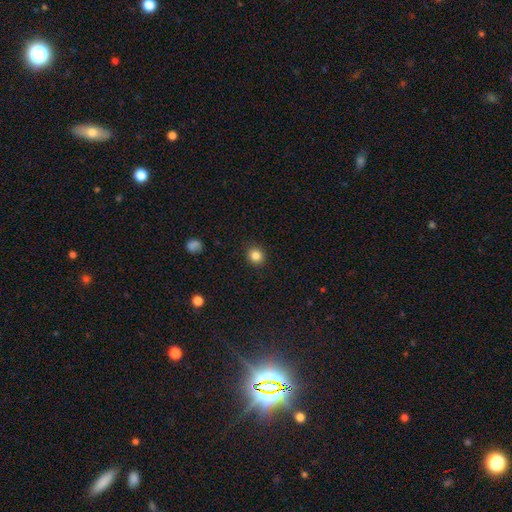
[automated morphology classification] Q: Smooth or featured?
A: smooth (84%); runner-up: star or artifact (11%)
Q: How rounded?
A: round (82%); runner-up: in between (18%)
Q: Merging?
A: none (90%); runner-up: minor disturbance (7%)